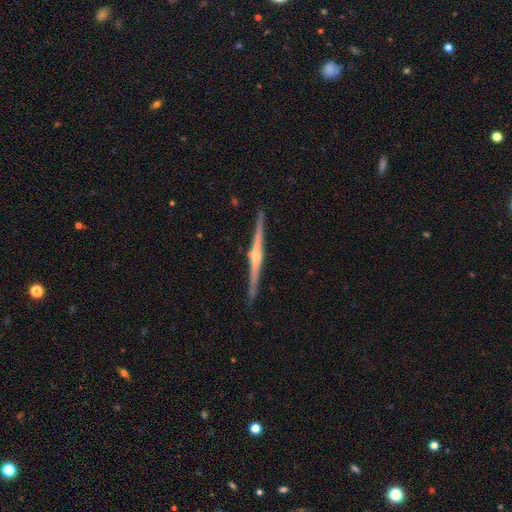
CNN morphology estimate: smooth-or-featured: featured or disk: 85% | smooth: 10% | star or artifact: 5%
  disk-edge-on: yes: 99% | no: 1%
    edge-on-bulge: rounded: 81% | none: 10% | boxy: 9%
  merging: none: 91% | minor disturbance: 6% | major disturbance: 1% | merger: 1%